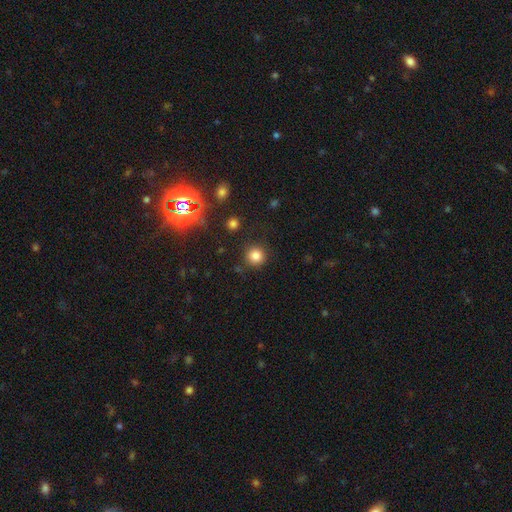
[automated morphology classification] Q: Smooth or featured?
A: smooth (82%); runner-up: star or artifact (13%)
Q: How rounded?
A: round (93%); runner-up: in between (6%)
Q: Merging?
A: none (87%); runner-up: minor disturbance (7%)